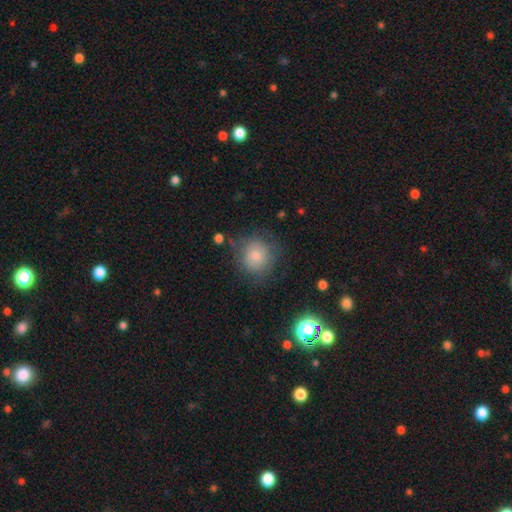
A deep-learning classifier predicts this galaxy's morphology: smooth 69%, star or artifact 16%, featured or disk 15%. Down the decision tree: how rounded — round (89%); merging — none (76%).